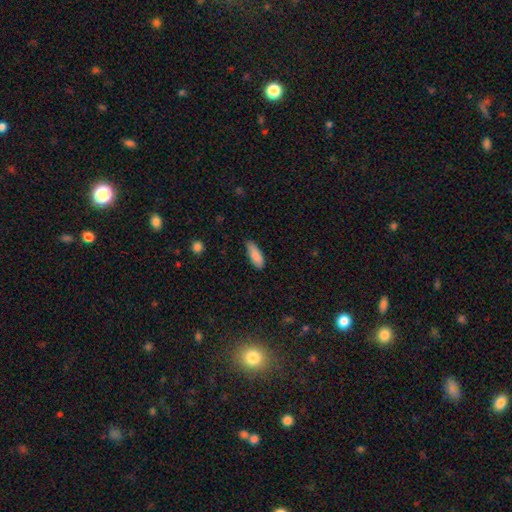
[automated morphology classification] This appears to be a smooth galaxy with no disk features (87%) that is in between round and cigar-shaped (64%). Merging: none (68%).